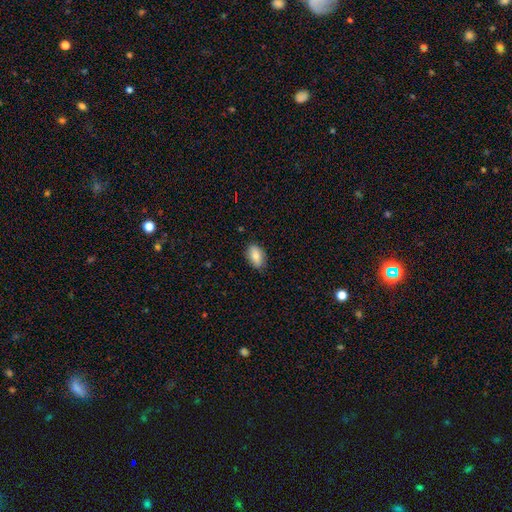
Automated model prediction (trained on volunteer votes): This is likely a smooth galaxy (80%). How rounded: clearly in between (90%). Merging: clearly none (82%).